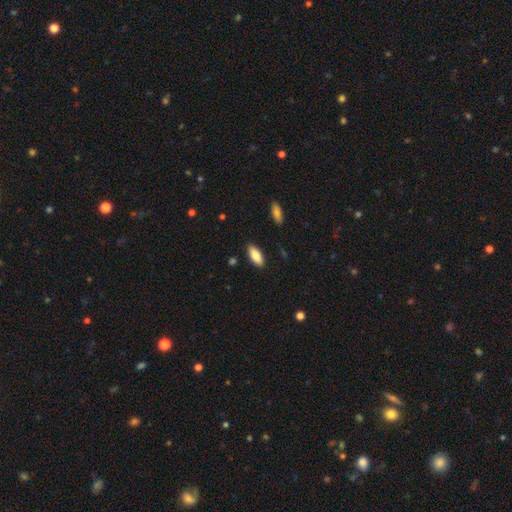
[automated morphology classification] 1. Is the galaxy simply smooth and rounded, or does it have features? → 84% smooth, 10% featured or disk, 6% star or artifact.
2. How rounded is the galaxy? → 84% in between, 14% cigar-shaped, 2% round.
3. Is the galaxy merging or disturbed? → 87% none, 9% minor disturbance, 2% major disturbance, 1% merger.